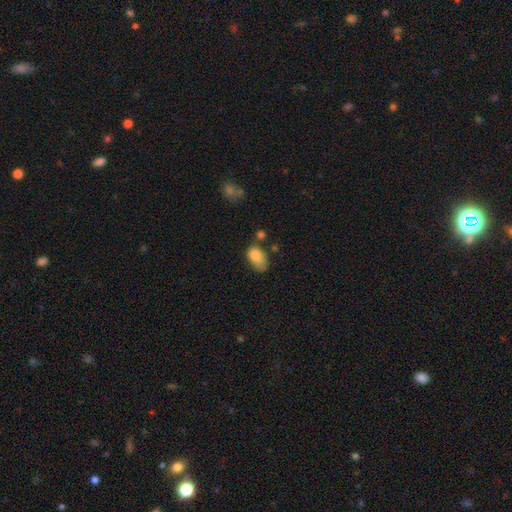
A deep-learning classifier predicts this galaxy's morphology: Q: Smooth or featured?
A: smooth (82%); runner-up: featured or disk (10%)
Q: How rounded?
A: in between (89%); runner-up: round (9%)
Q: Merging?
A: none (42%); runner-up: minor disturbance (36%)